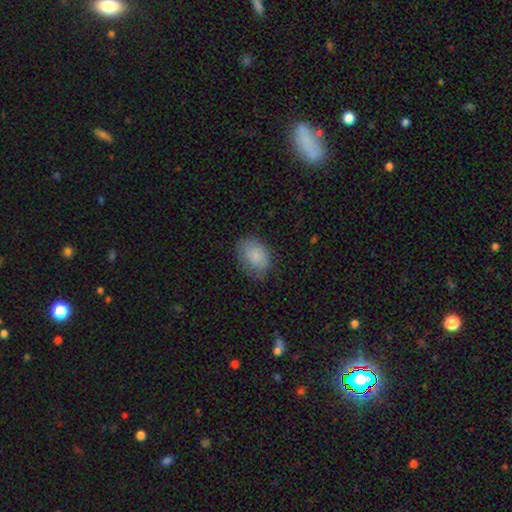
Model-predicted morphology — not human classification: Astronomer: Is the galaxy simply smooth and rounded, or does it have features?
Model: smooth — 83%.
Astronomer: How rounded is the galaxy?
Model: in between — 79%.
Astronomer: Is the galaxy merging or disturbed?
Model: none — 72%.